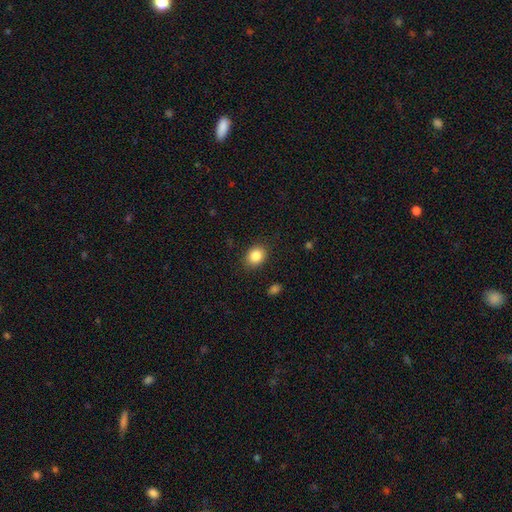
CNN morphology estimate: A smooth galaxy with no disk features (86%) that is in between round and cigar-shaped (51%). Merging: none (86%).